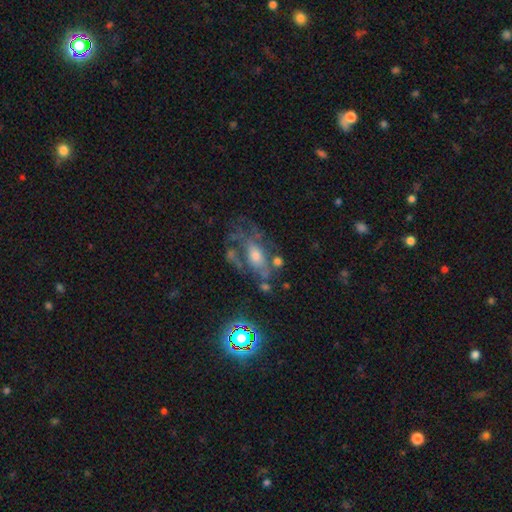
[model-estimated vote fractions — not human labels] Overall: featured or disk (59%; smooth 23%). Edge-on disk: no (90%). Bar: no (74%). Spiral arms: yes (56%; no 44%). Bulge size: moderate (53%; small 28%). Merging: none (44%; major disturbance 26%).